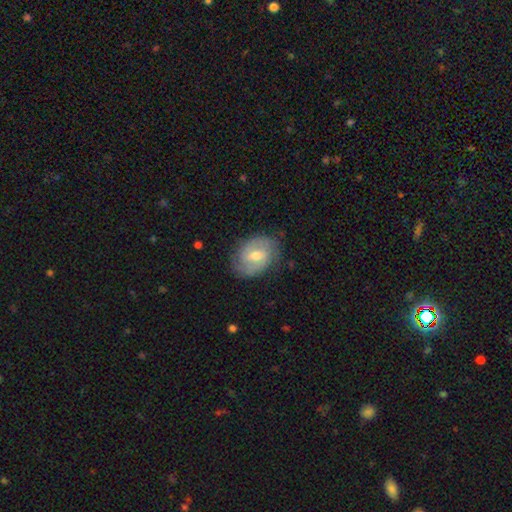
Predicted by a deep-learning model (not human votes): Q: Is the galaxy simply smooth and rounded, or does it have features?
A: featured or disk — 63%.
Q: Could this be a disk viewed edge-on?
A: no — 96%.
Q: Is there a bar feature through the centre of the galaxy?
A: weak — 55%.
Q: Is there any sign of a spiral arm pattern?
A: yes — 82%.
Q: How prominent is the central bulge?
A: moderate — 68%.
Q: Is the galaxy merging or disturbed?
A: none — 77%.